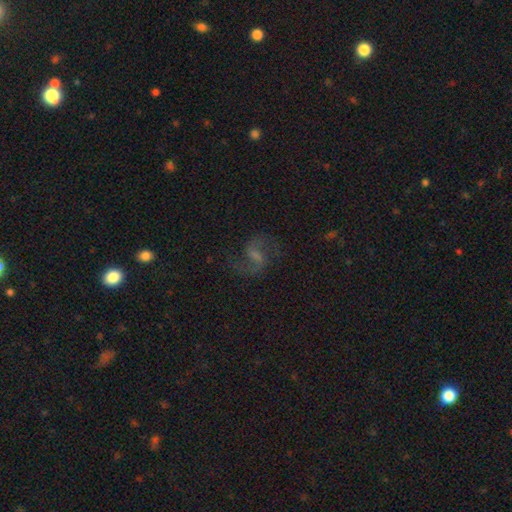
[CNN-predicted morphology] smooth_or_featured: featured or disk (p=0.80) [alt: star or artifact p=0.10]
disk_edge_on: no (p=0.98) [alt: yes p=0.02]
bar: weak (p=0.55) [alt: strong p=0.28]
has_spiral_arms: yes (p=0.95) [alt: no p=0.05]
spiral_winding: loose (p=0.52) [alt: medium p=0.41]
spiral_arm_count: 2 (p=0.92) [alt: can't tell p=0.02]
bulge_size: small (p=0.35) [tied with: none p=0.35]
merging: none (p=0.76) [alt: minor disturbance p=0.13]